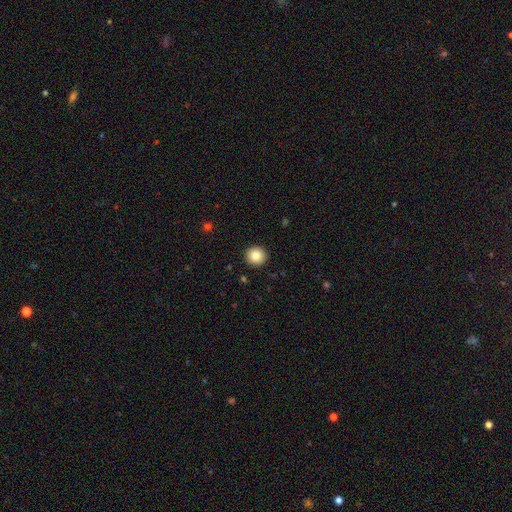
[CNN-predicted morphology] A smooth galaxy with no disk features (86%) that is round (94%). Merging: none (93%).